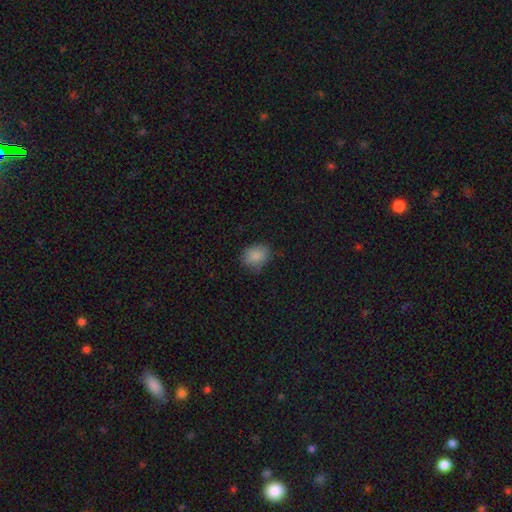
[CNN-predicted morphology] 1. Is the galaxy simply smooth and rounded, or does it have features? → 85% smooth, 9% star or artifact, 6% featured or disk.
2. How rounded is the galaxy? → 50% in between, 49% round, 1% cigar-shaped.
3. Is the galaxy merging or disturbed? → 73% none, 21% minor disturbance, 5% major disturbance, 1% merger.